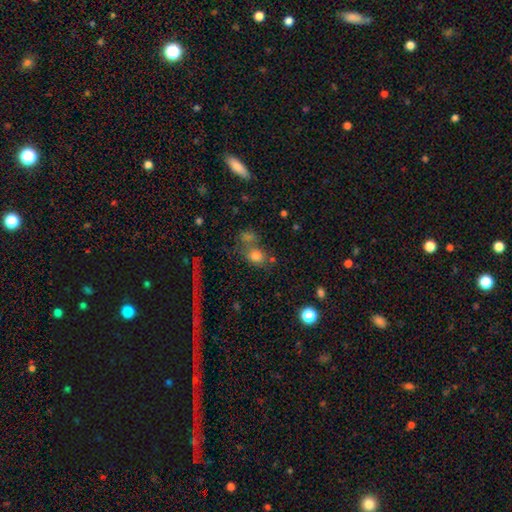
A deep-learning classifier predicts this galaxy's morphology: type=smooth (71%); roundness=round (66%); merging=none (51%).